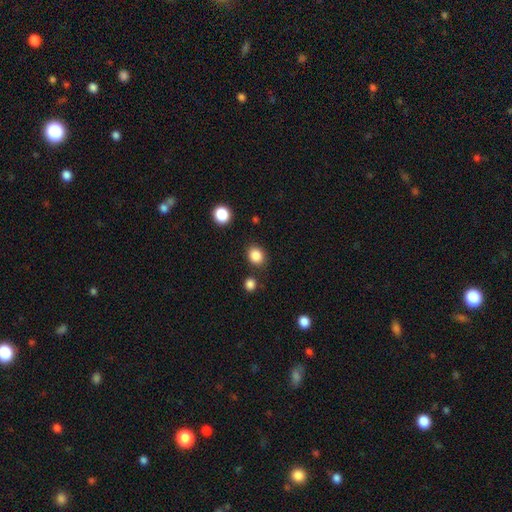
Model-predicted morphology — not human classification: Smooth or featured? Predicted: smooth (p=0.86). How rounded? Predicted: round (p=0.64). Merging? Predicted: none (p=0.83).